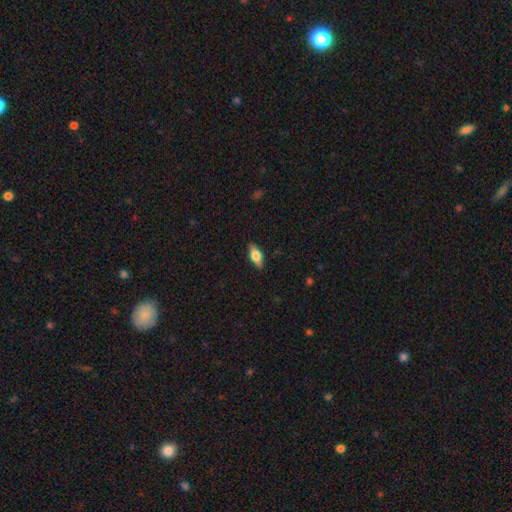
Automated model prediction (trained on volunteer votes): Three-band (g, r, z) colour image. It shows a smooth galaxy with no disk features (55%) that is in between round and cigar-shaped (77%). Merging: none (87%).